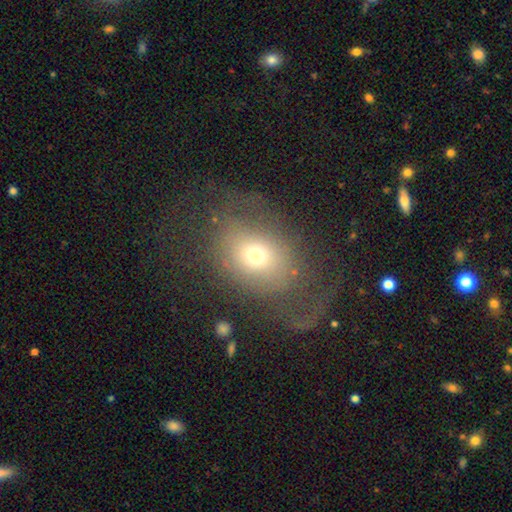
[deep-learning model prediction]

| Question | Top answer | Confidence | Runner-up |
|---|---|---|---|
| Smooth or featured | smooth | 59% | featured or disk (27%) |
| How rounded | in between | 53% | round (46%) |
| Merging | none | 42% | major disturbance (38%) |